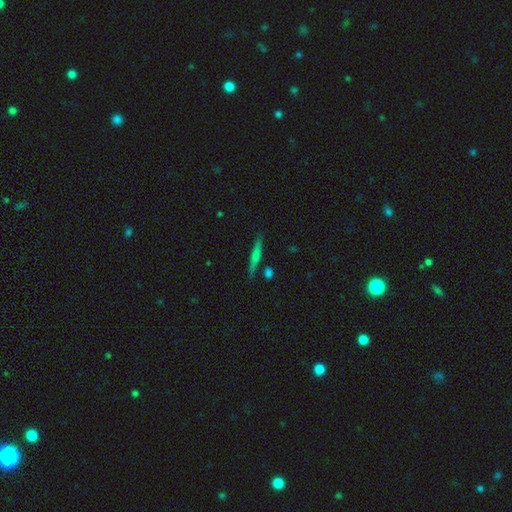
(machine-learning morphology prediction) Q: Smooth or featured?
A: smooth (58%); runner-up: featured or disk (34%)
Q: How rounded?
A: cigar-shaped (91%); runner-up: in between (7%)
Q: Merging?
A: none (82%); runner-up: minor disturbance (11%)